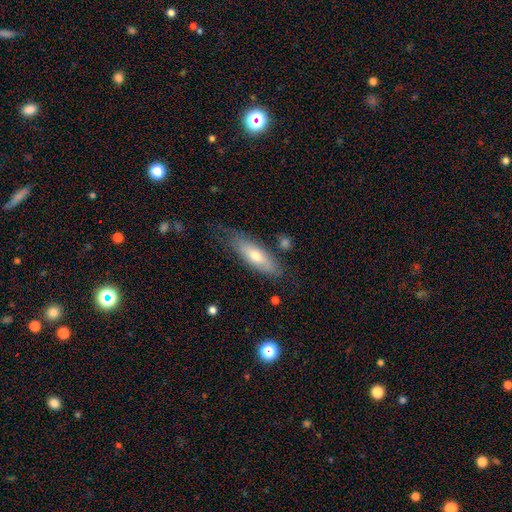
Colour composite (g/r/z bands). It shows a featured or disk galaxy (50%) viewed edge-on (70%) with a rounded central bulge (93%). Merging: none (74%).